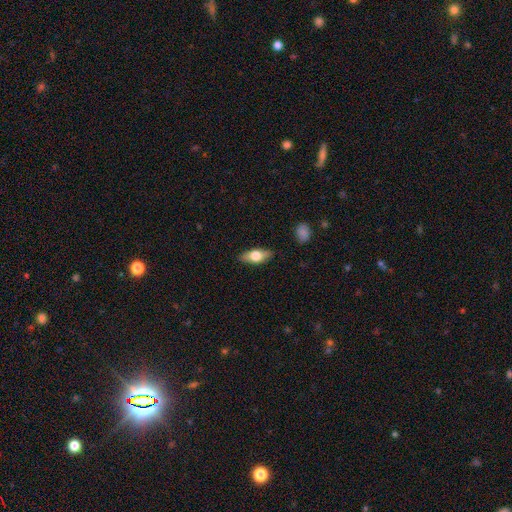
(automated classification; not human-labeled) Morphology: type=smooth (61%); roundness=in between (78%); merging=none (85%).